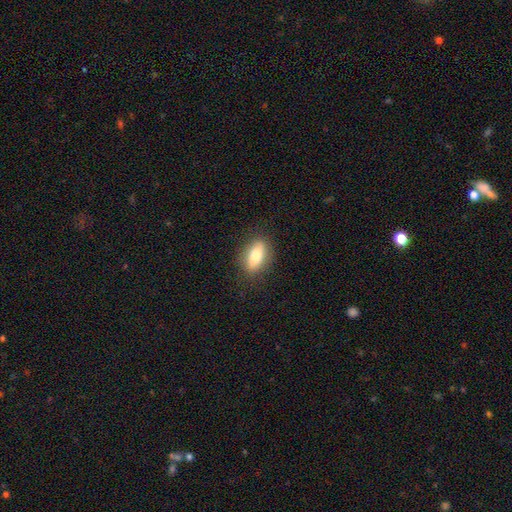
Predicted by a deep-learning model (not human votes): Morphology: type=smooth (73%); roundness=in between (82%); merging=none (86%).